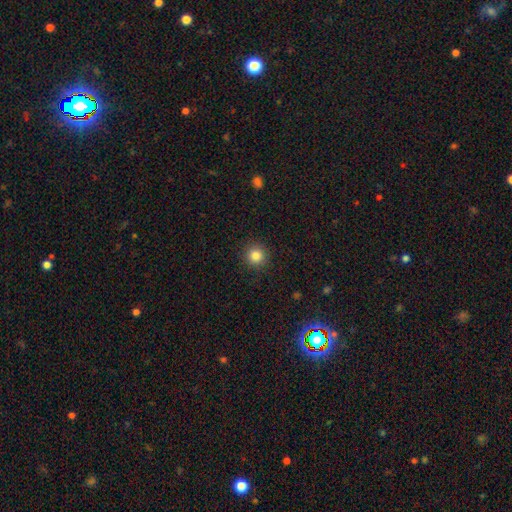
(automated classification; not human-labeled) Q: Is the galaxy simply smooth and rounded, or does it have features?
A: smooth — 84%.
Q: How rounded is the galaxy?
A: round — 95%.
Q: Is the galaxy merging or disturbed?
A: none — 92%.